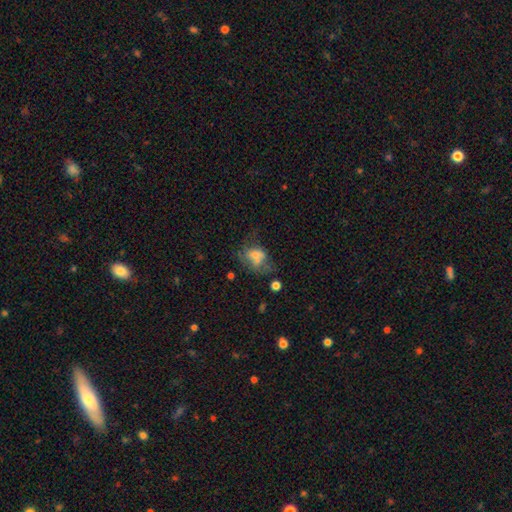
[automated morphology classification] A smooth galaxy with no disk features (52%) that is in between round and cigar-shaped (63%). Merging: none (29%).